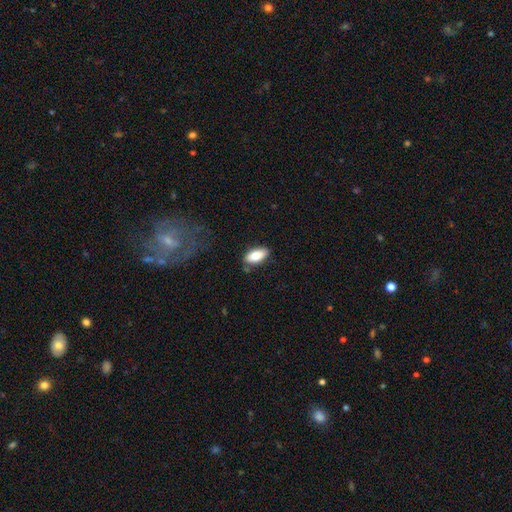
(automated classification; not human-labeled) Overall: smooth (79%). How rounded: in between (86%). Merging: none (80%).